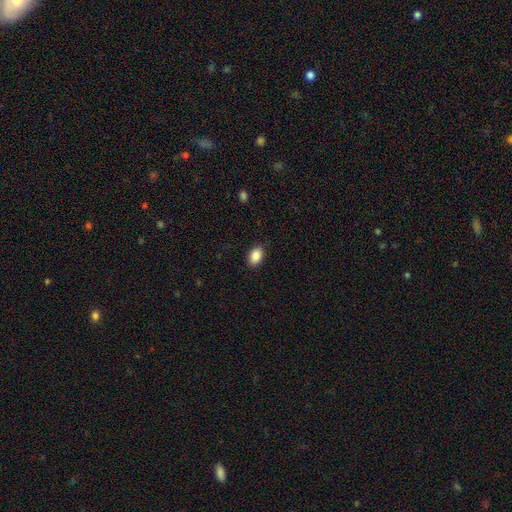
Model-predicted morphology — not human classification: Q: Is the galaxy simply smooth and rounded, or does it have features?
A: smooth — 88%.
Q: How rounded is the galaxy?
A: in between — 86%.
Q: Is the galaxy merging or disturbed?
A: none — 88%.